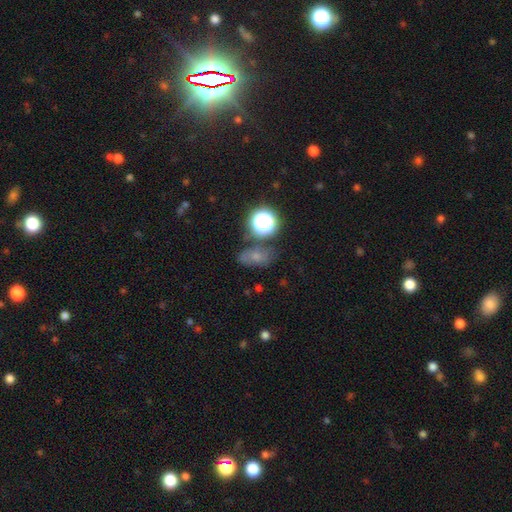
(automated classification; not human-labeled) smooth 55%, star or artifact 26%, featured or disk 19%. Down the decision tree: how rounded — in between (67%); merging — none (66%).